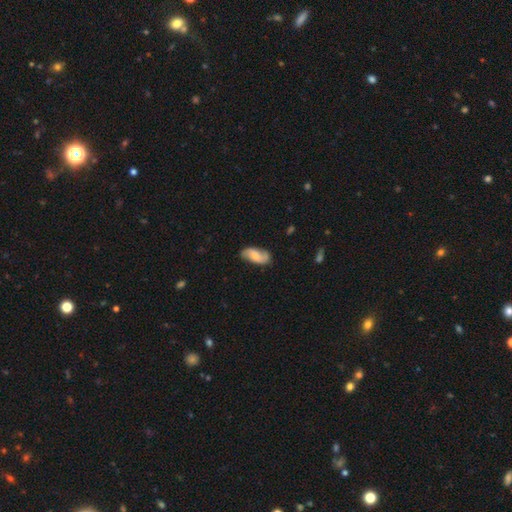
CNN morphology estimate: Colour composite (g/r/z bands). It shows a featured or disk galaxy (52%). Merging: none (73%).